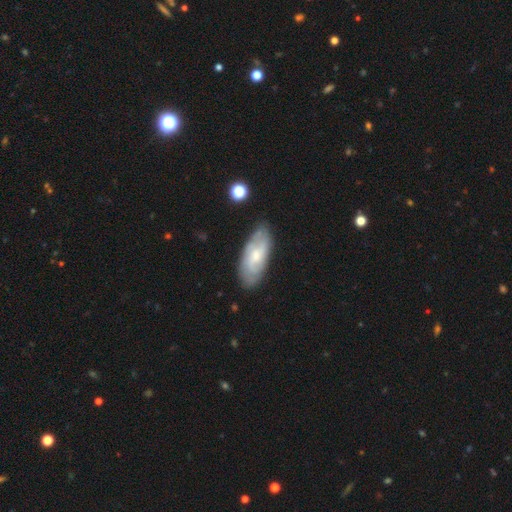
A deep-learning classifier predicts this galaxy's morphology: This appears to be a featured or disk galaxy (54%). Merging: none (75%).